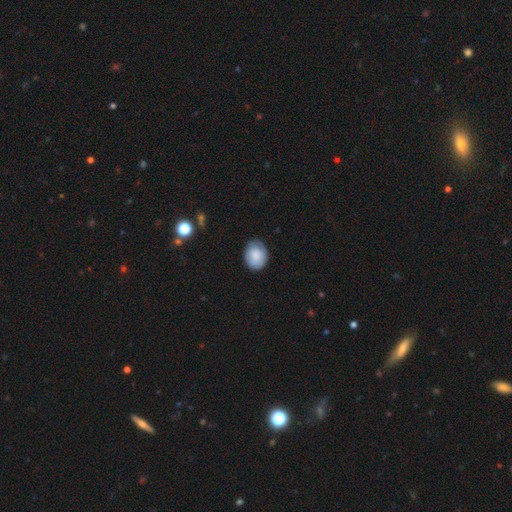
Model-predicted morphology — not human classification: Smooth or featured? smooth (81%)
How rounded? in between (54%)
Merging? none (75%)